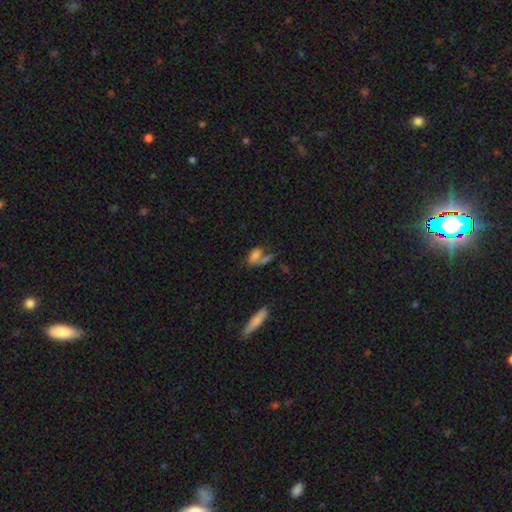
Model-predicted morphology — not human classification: Smooth or featured?
  - smooth: 59% *
  - featured or disk: 28%
  - star or artifact: 13%
How rounded?
  - in between: 80% *
  - round: 12%
  - cigar-shaped: 8%
Merging?
  - merger: 33% *
  - none: 30%
  - major disturbance: 24%
  - minor disturbance: 13%